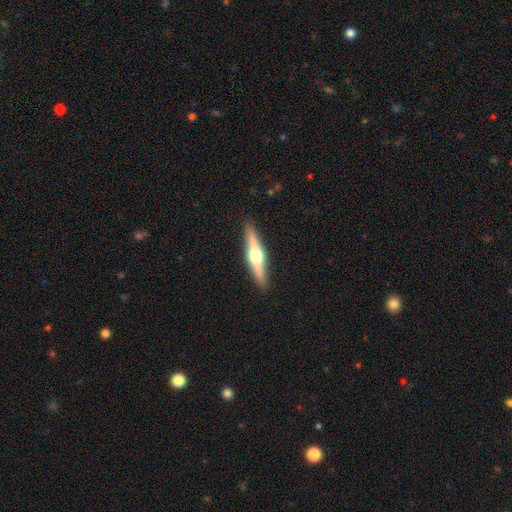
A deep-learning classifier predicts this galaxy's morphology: A featured or disk galaxy (68%) viewed edge-on (97%) with a rounded central bulge (92%).

Vote fractions:
- Smooth or featured? featured or disk: 68% / smooth: 27% / star or artifact: 5%
- Edge-on disk? yes: 97% / no: 3%
- Edge-on bulge? rounded: 92% / boxy: 5% / none: 3%
- Merging? none: 90% / minor disturbance: 7% / major disturbance: 2% / merger: 1%